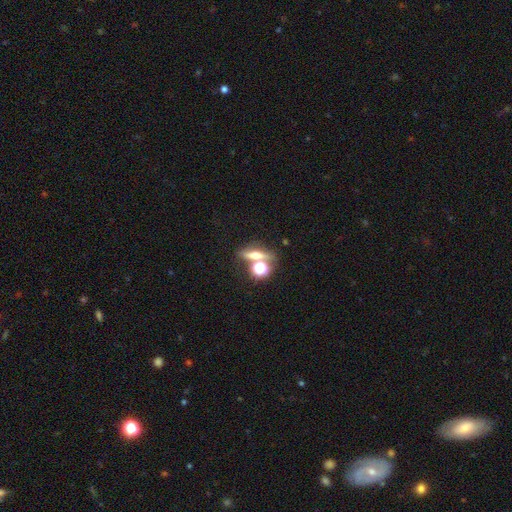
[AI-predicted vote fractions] A smooth galaxy with no disk features (43%). Merging: none (62%).